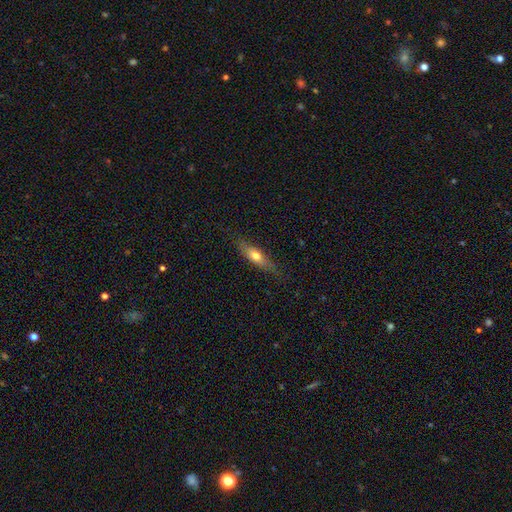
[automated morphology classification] Overall: smooth (56%; featured or disk 37%). How rounded: cigar-shaped (58%; in between 39%). Merging: none (77%).